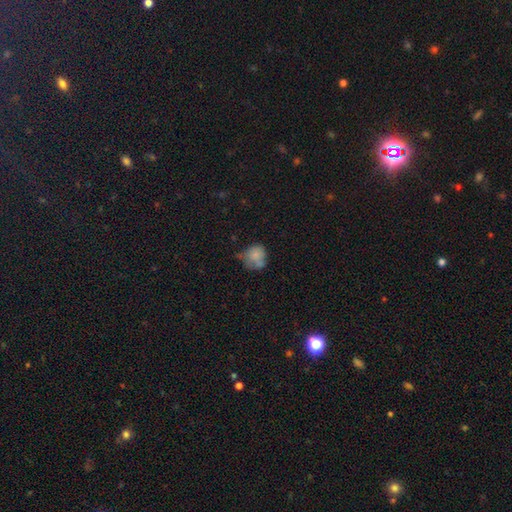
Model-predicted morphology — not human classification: A smooth galaxy with no disk features (72%) that is round (70%).

Vote fractions:
- Smooth or featured? smooth: 72% / featured or disk: 18% / star or artifact: 10%
- How rounded? round: 70% / in between: 29% / cigar-shaped: 1%
- Merging? none: 38% / minor disturbance: 32% / major disturbance: 16% / merger: 14%